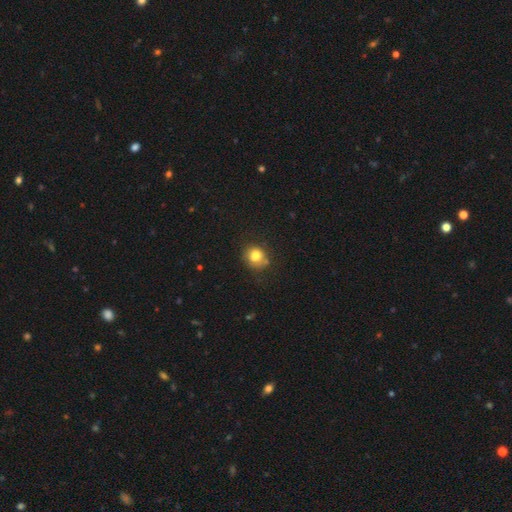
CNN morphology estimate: This appears to be a smooth galaxy with no disk features (78%) that is round (69%). Merging: none (67%).